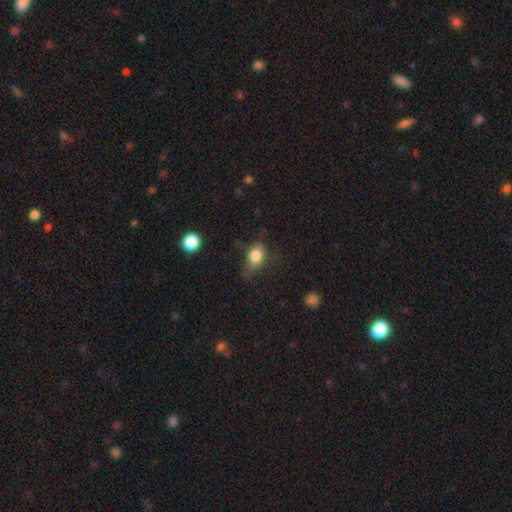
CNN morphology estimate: smooth_or_featured: smooth (p=0.78) [alt: featured or disk p=0.12]
how_rounded: in between (p=0.63) [alt: round p=0.34]
merging: none (p=0.52) [alt: minor disturbance p=0.31]